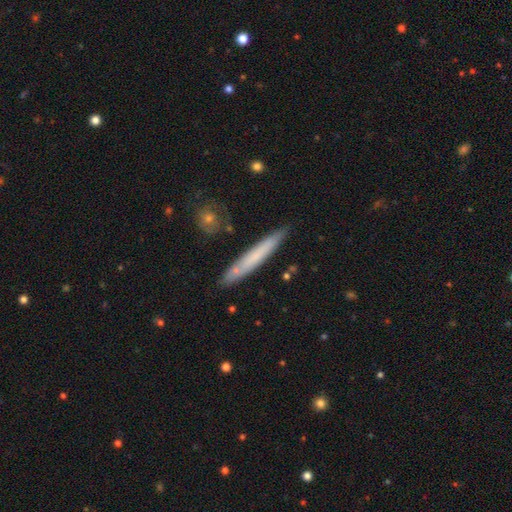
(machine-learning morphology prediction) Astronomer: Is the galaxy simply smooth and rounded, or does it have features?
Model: smooth — 60%.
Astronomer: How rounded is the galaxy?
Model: cigar-shaped — 95%.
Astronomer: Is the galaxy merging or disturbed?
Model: none — 85%.